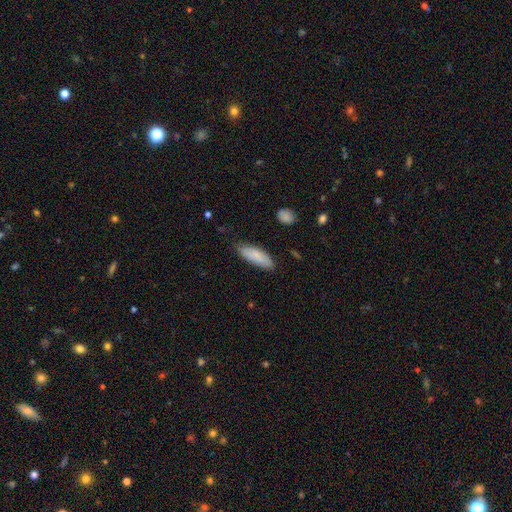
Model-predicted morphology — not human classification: Smooth or featured? Predicted: smooth (p=0.84). How rounded? Predicted: in between (p=0.61). Merging? Predicted: none (p=0.77).